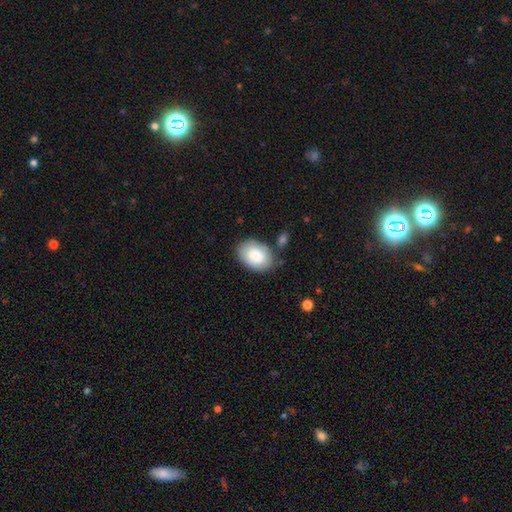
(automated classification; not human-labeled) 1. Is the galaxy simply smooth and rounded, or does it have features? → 82% smooth, 12% featured or disk, 6% star or artifact.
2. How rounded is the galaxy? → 82% in between, 17% round, 1% cigar-shaped.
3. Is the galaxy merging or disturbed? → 77% none, 15% minor disturbance, 5% merger, 4% major disturbance.